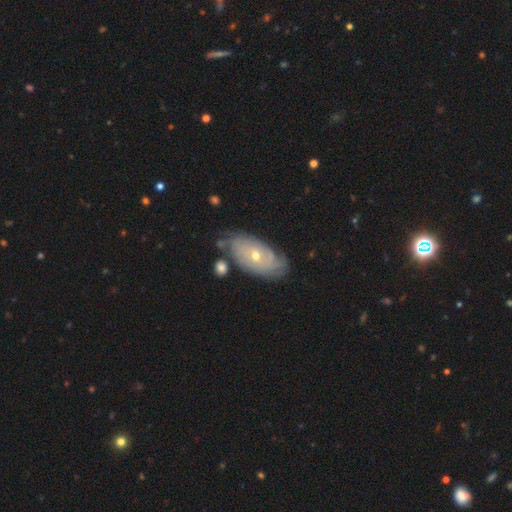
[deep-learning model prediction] Smooth or featured?
  - featured or disk: 67% *
  - smooth: 25%
  - star or artifact: 7%
Edge-on disk?
  - no: 92% *
  - yes: 8%
Bar?
  - no: 82% *
  - weak: 15%
  - strong: 3%
Spiral arms?
  - yes: 77% *
  - no: 23%
Bulge size?
  - small: 56% *
  - moderate: 41%
  - large: 1%
  - none: 1%
  - dominant: 1%
Merging?
  - none: 69% *
  - minor disturbance: 20%
  - major disturbance: 6%
  - merger: 5%